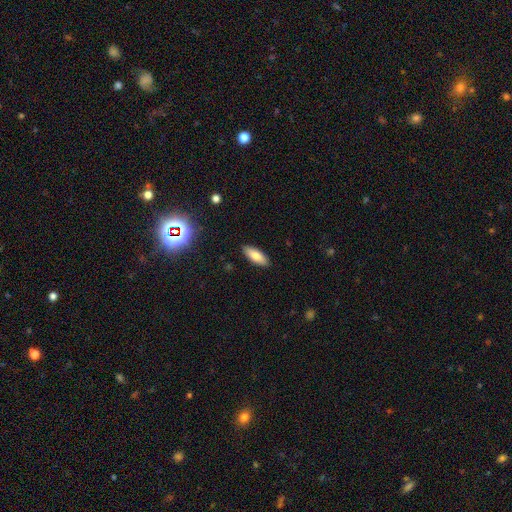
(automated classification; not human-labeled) The model was most divided on "how rounded": in between: 72%, cigar-shaped: 26%, round: 2%. More confident: merging — none (88%); smooth or featured — smooth (79%).